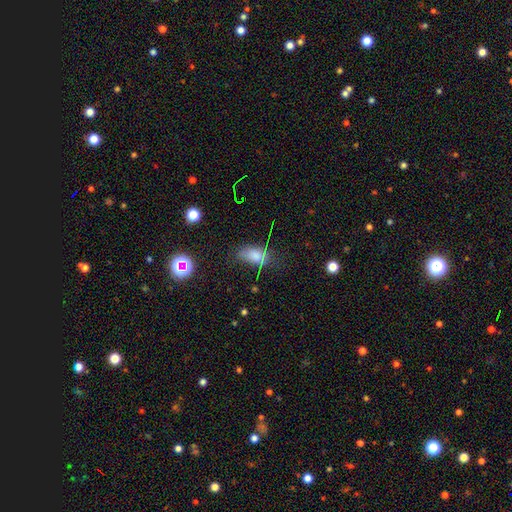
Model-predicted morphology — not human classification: Smooth or featured: smooth — 65% (star or artifact — 22%)
How rounded: in between — 86% (round — 9%)
Merging: none — 59% (minor disturbance — 25%)